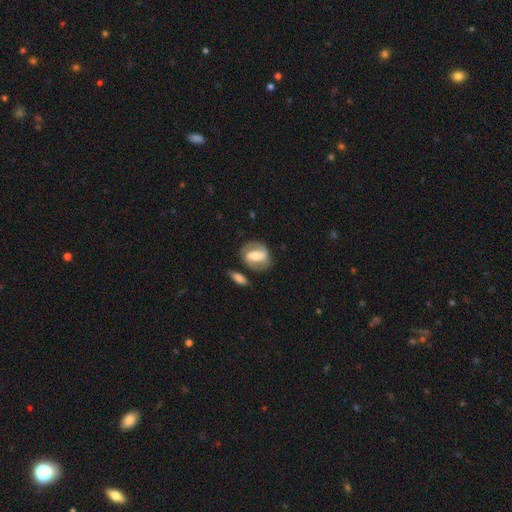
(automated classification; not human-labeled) This is likely a featured or disk galaxy (64%). It is clearly not viewed edge-on (95%). Bar: possibly strong (53%). Spiral arm pattern: likely yes (77%). Central bulge: possibly moderate (58%). Merging: likely none (72%).